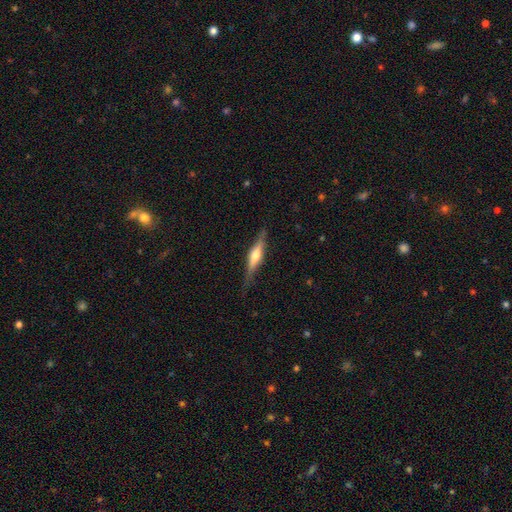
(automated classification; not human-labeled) smooth_or_featured: featured or disk (p=0.69) [alt: smooth p=0.25]
disk_edge_on: yes (p=0.97) [alt: no p=0.03]
edge_on_bulge: rounded (p=0.87) [alt: boxy p=0.09]
merging: none (p=0.82) [alt: minor disturbance p=0.14]